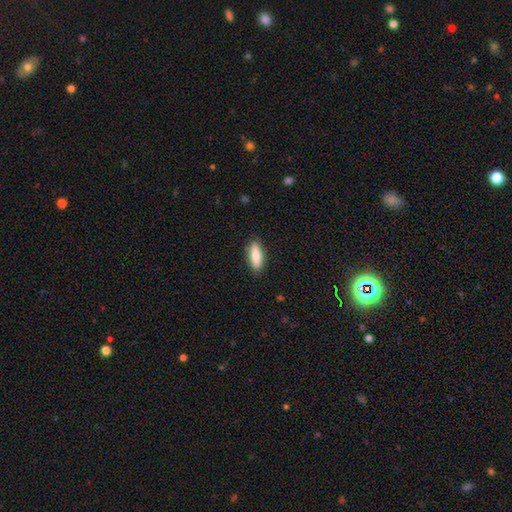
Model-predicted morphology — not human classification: Q: Smooth or featured?
A: smooth (81%); runner-up: featured or disk (13%)
Q: How rounded?
A: in between (60%); runner-up: cigar-shaped (38%)
Q: Merging?
A: none (87%); runner-up: minor disturbance (10%)